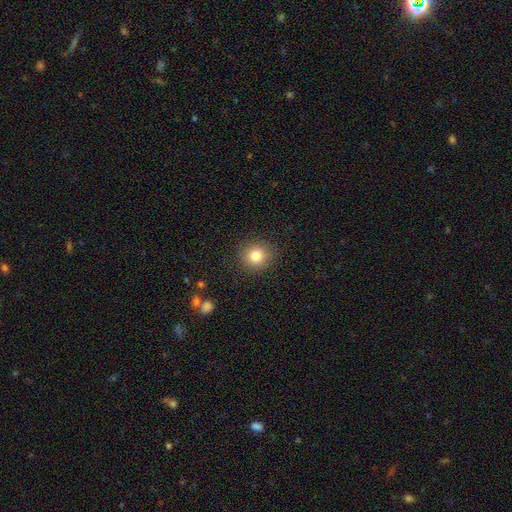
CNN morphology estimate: Q: Smooth or featured?
A: smooth (81%); runner-up: star or artifact (12%)
Q: How rounded?
A: round (87%); runner-up: in between (12%)
Q: Merging?
A: none (89%); runner-up: minor disturbance (7%)